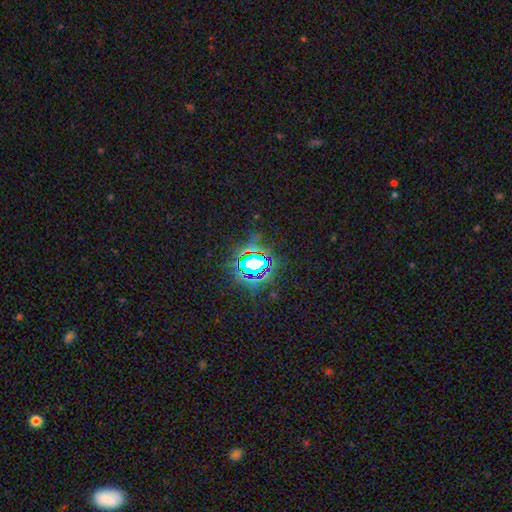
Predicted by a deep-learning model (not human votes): Smooth or featured: star or artifact — 80% (smooth — 13%)